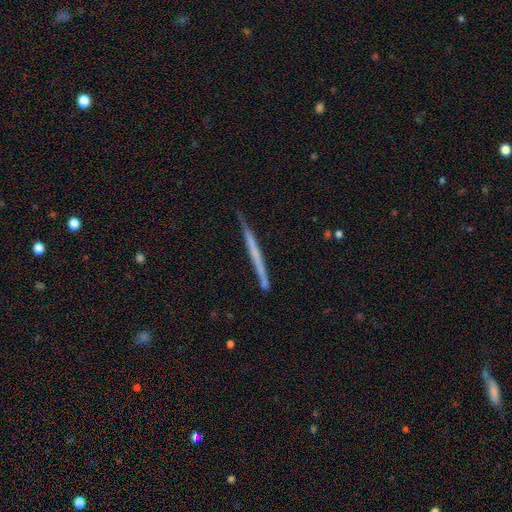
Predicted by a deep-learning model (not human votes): A featured or disk galaxy (52%) viewed edge-on (97%) with no central bulge (90%). Merging: none (85%).